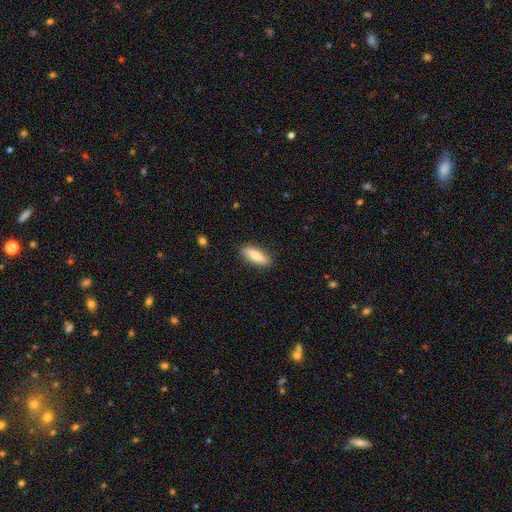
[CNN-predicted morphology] smooth_or_featured: smooth (p=0.78) [alt: featured or disk p=0.15]
how_rounded: in between (p=0.56) [alt: cigar-shaped p=0.41]
merging: none (p=0.85) [alt: minor disturbance p=0.11]